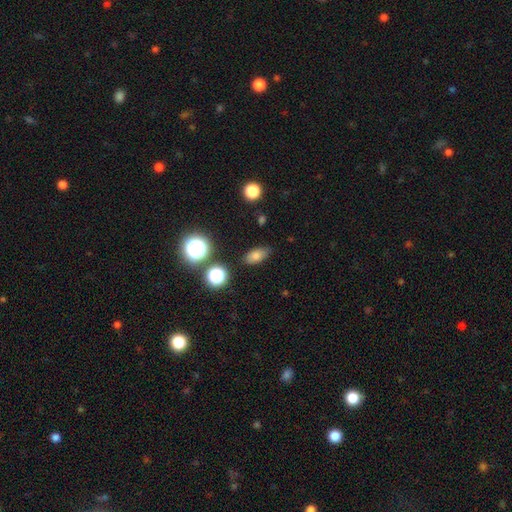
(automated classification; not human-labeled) smooth_or_featured: smooth (p=0.75) [alt: star or artifact p=0.15]
how_rounded: in between (p=0.85) [alt: round p=0.10]
merging: none (p=0.81) [alt: minor disturbance p=0.13]